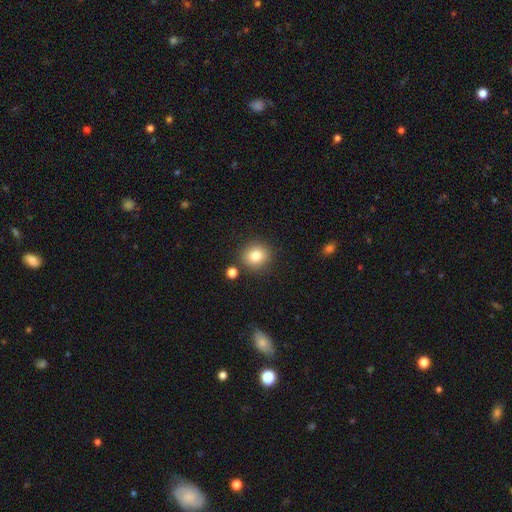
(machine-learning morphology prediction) A smooth galaxy with no disk features (82%) that is round (84%). Merging: none (84%).